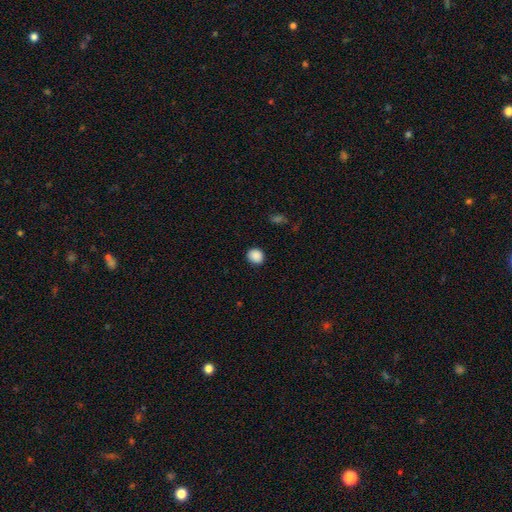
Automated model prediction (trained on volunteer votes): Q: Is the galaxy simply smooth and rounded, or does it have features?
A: smooth — 89%.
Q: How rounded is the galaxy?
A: round — 74%.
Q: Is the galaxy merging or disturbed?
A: none — 89%.